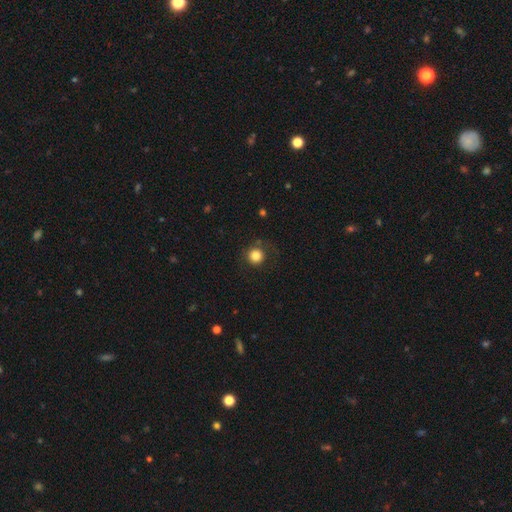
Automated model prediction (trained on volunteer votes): A smooth galaxy with no disk features (82%) that is round (94%).

Vote fractions:
- Smooth or featured? smooth: 82% / star or artifact: 11% / featured or disk: 7%
- How rounded? round: 94% / in between: 5% / cigar-shaped: 1%
- Merging? none: 81% / minor disturbance: 11% / major disturbance: 6% / merger: 2%